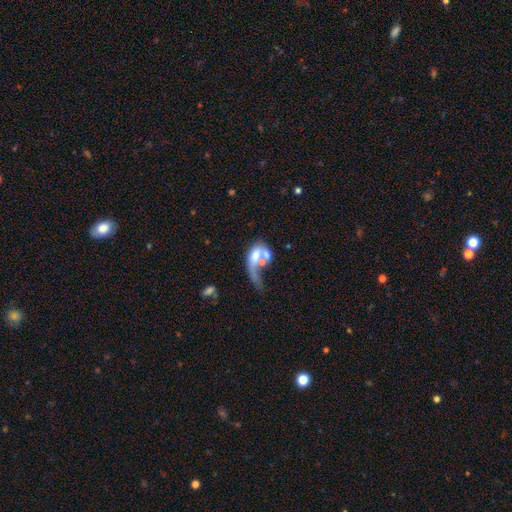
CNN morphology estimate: smooth_or_featured: featured or disk (p=0.47) [alt: smooth p=0.44]
merging: merger (p=0.47) [alt: major disturbance p=0.35]